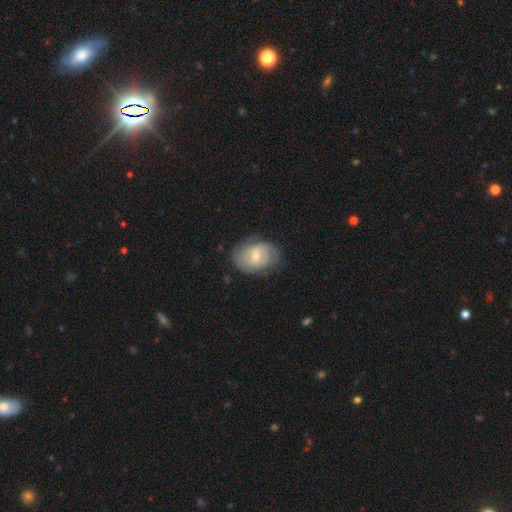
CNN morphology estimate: A featured or disk galaxy (57%) with a weak bar (53%), spiral arms (74%) and a moderate central bulge (48%). Merging: none (67%).